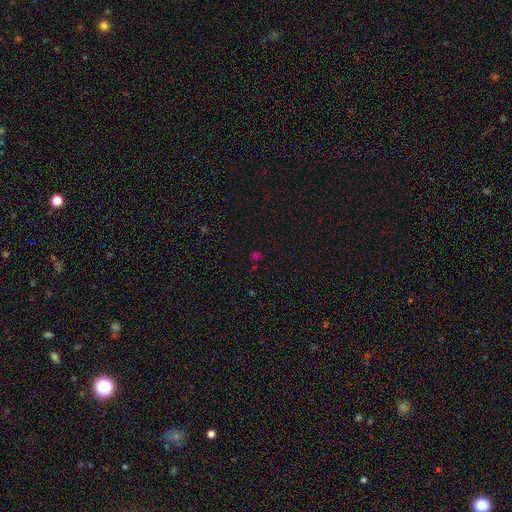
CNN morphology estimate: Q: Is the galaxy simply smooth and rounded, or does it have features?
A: smooth — 49%.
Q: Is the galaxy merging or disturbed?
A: none — 74%.